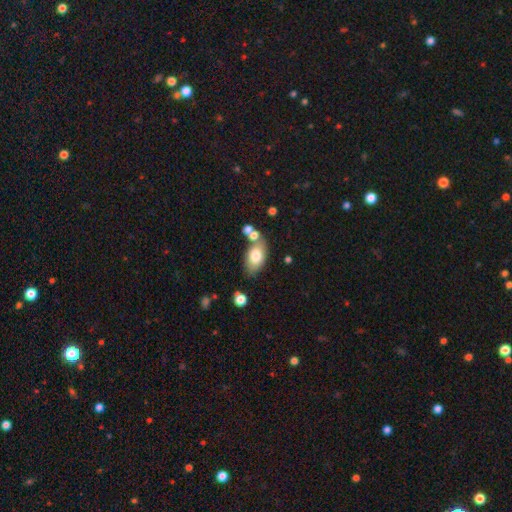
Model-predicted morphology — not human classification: smooth_or_featured: smooth (p=0.75) [alt: featured or disk p=0.17]
how_rounded: in between (p=0.90) [alt: round p=0.07]
merging: none (p=0.60) [alt: merger p=0.19]